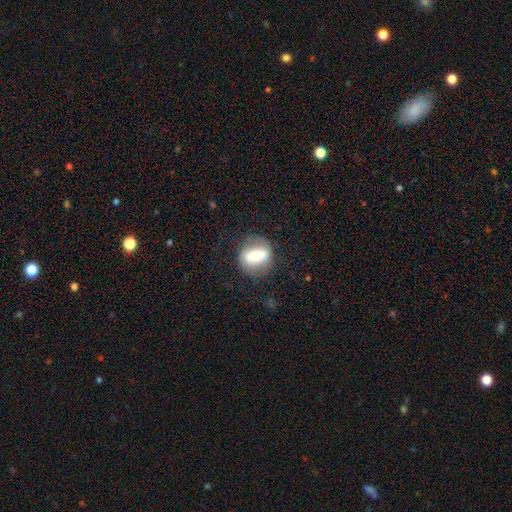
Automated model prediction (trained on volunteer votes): Overall: smooth (50%; featured or disk 43%). Merging: none (72%).